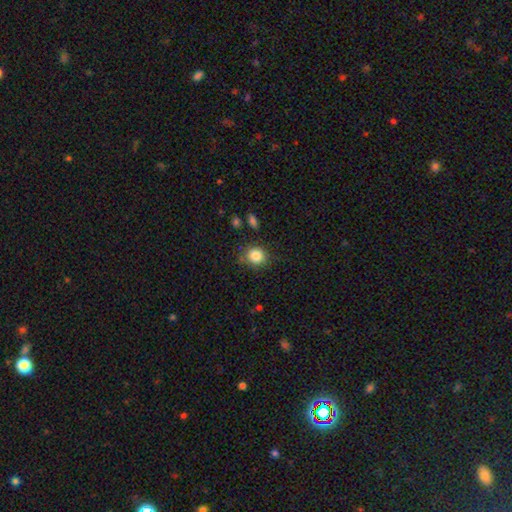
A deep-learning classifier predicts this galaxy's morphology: A smooth galaxy with no disk features (84%) that is round (81%). Merging: none (81%).